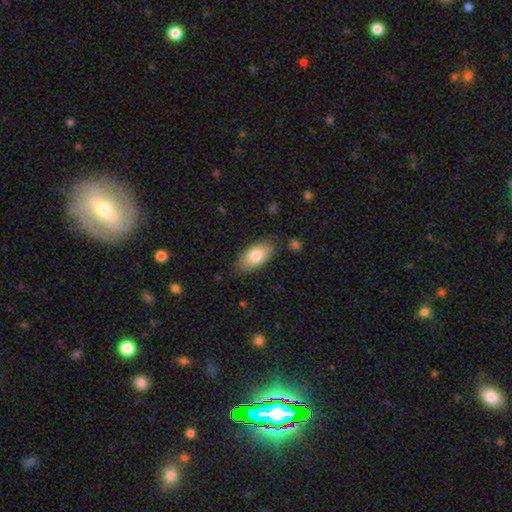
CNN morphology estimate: Smooth or featured: smooth — 79% (featured or disk — 15%)
How rounded: in between — 93% (cigar-shaped — 4%)
Merging: none — 83% (minor disturbance — 13%)